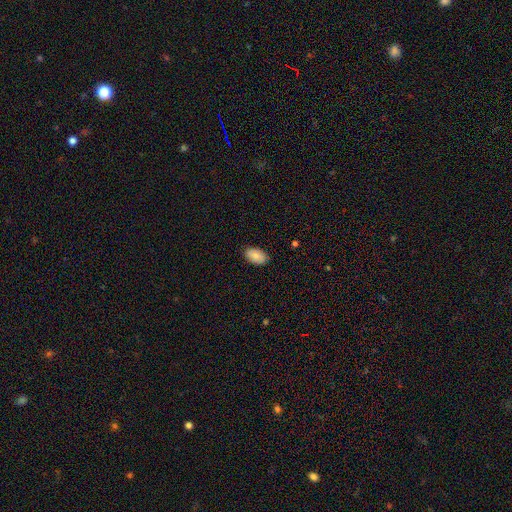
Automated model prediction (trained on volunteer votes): This is clearly a smooth galaxy (86%). How rounded: clearly in between (94%). Merging: clearly none (87%).